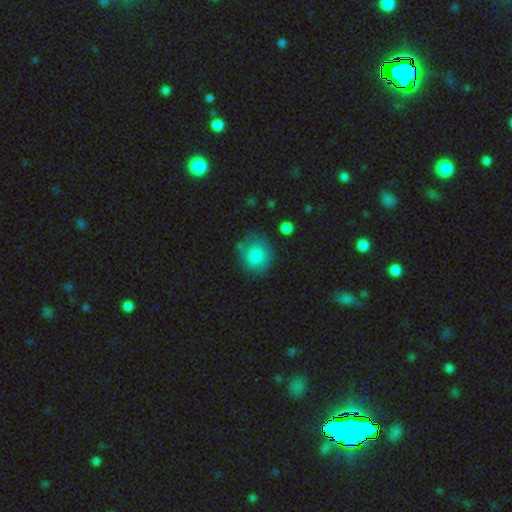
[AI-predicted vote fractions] Smooth or featured?
  - smooth: 83% *
  - featured or disk: 9%
  - star or artifact: 8%
How rounded?
  - round: 74% *
  - in between: 25%
  - cigar-shaped: 1%
Merging?
  - none: 71% *
  - minor disturbance: 20%
  - major disturbance: 6%
  - merger: 4%